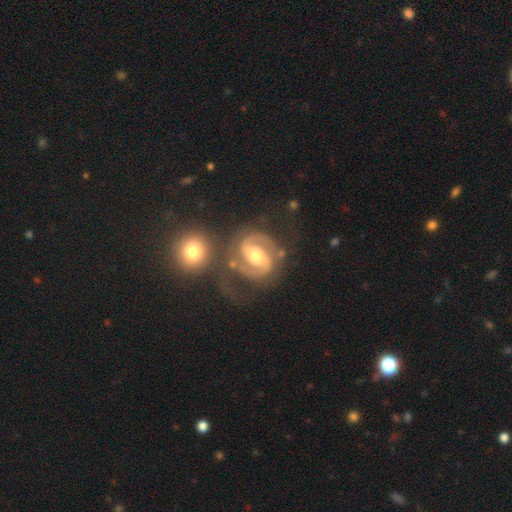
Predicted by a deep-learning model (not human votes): Morphology: type=featured or disk (91%); edge-on=no (98%); bar=strong (43%); spiral arms=yes (98%); winding=medium (54%); arm count=2 (93%); bulge=moderate (69%); merging=none (64%).